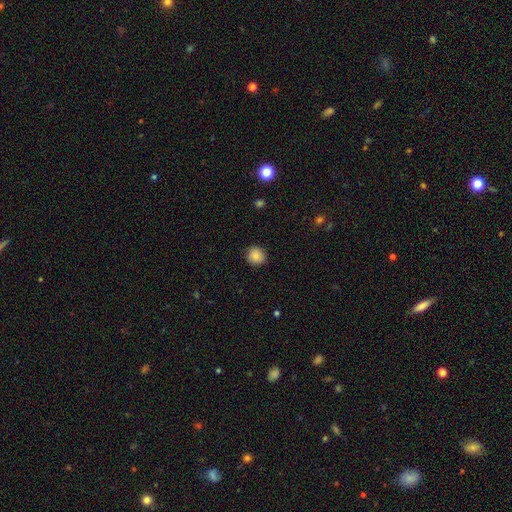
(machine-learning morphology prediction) Q: Smooth or featured?
A: smooth (85%); runner-up: star or artifact (9%)
Q: How rounded?
A: round (92%); runner-up: in between (7%)
Q: Merging?
A: none (89%); runner-up: minor disturbance (8%)